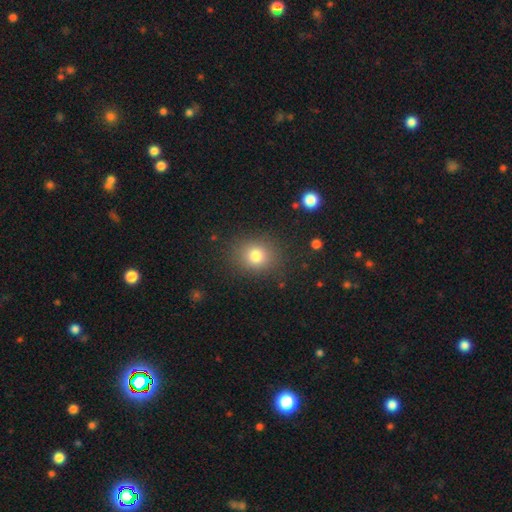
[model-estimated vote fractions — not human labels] This appears to be a smooth galaxy with no disk features (79%) that is round (71%). Merging: none (85%).